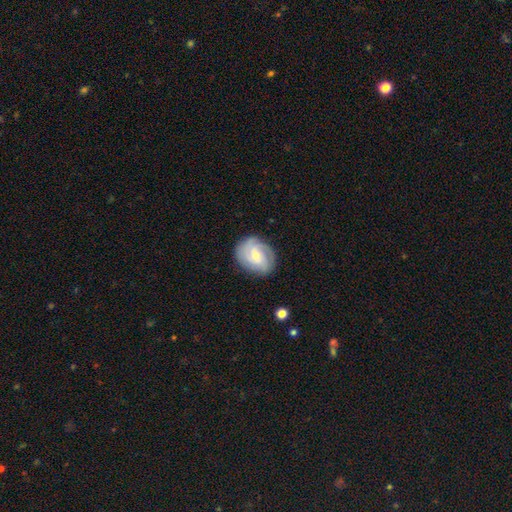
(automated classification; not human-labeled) A featured or disk galaxy (68%) with no bar (53%), can't tell (29%, tied with 3) tight (54%) spiral arms (91%) and a small central bulge (55%). Merging: none (80%).